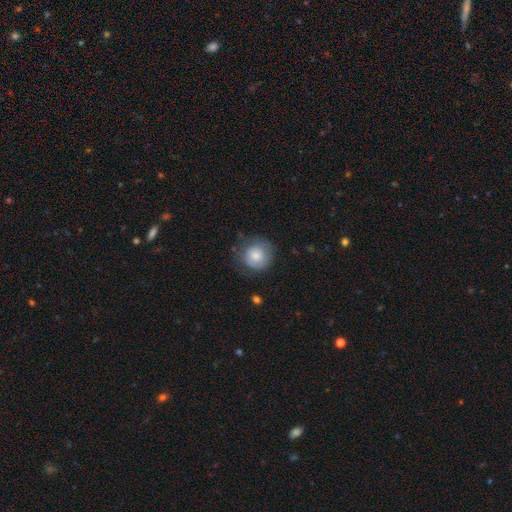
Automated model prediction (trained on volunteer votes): This is likely a smooth galaxy (76%). How rounded: clearly round (91%). Merging: likely none (68%).